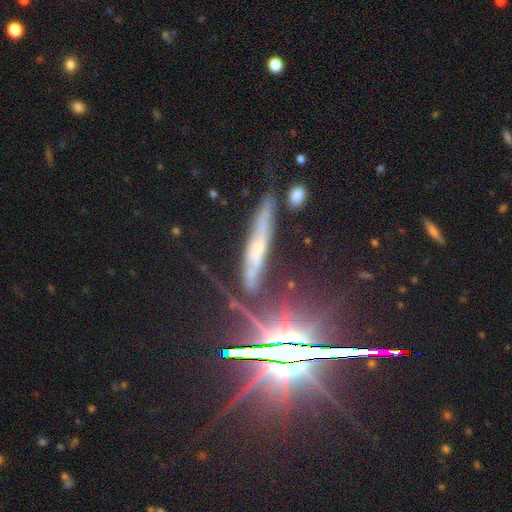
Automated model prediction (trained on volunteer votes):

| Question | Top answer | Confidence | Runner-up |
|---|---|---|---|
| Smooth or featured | featured or disk | 53% | star or artifact (27%) |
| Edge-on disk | yes | 88% | no (12%) |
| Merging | none | 70% | minor disturbance (19%) |